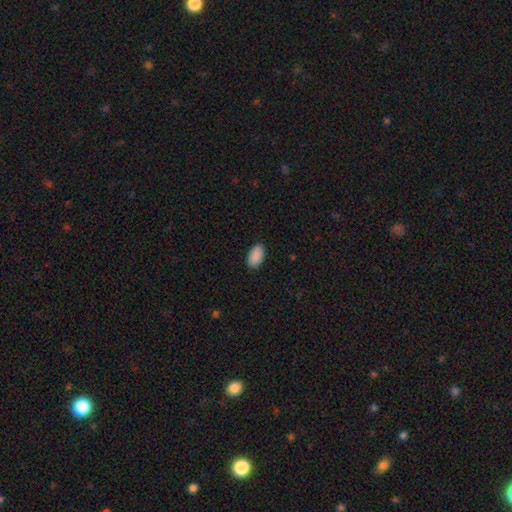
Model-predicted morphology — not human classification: This is clearly a smooth galaxy (91%). How rounded: clearly in between (95%). Merging: clearly none (89%).